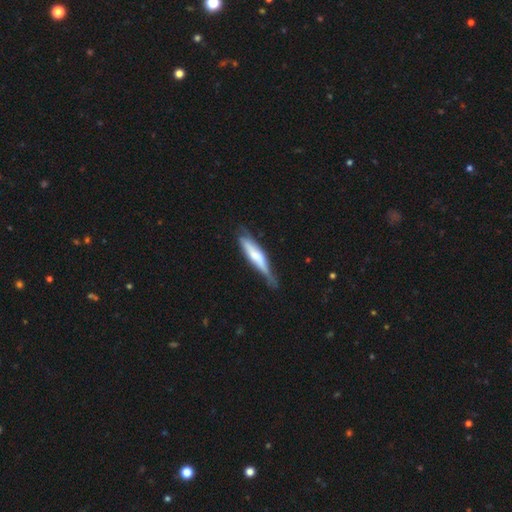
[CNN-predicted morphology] type=featured or disk (48%); merging=none (49%).